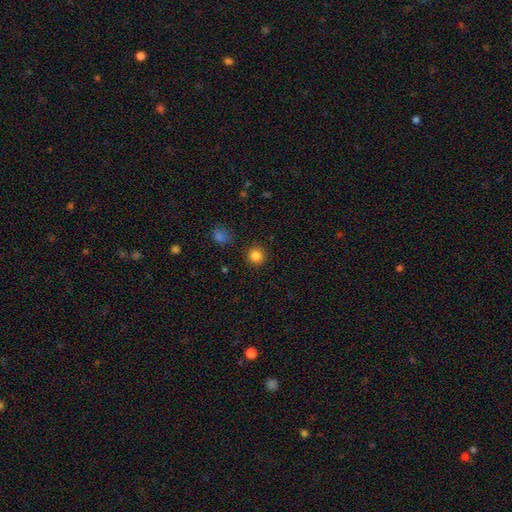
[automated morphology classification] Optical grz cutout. It shows a smooth galaxy with no disk features (84%) that is round (94%). Merging: none (90%).